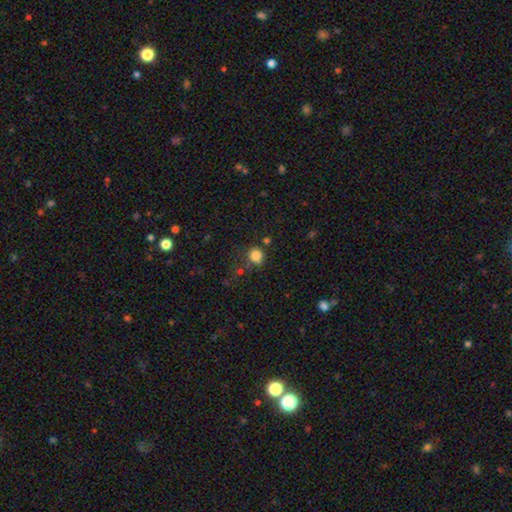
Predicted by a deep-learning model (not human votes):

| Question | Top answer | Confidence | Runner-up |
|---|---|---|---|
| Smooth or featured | smooth | 83% | star or artifact (12%) |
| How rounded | round | 83% | in between (16%) |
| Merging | none | 73% | minor disturbance (14%) |